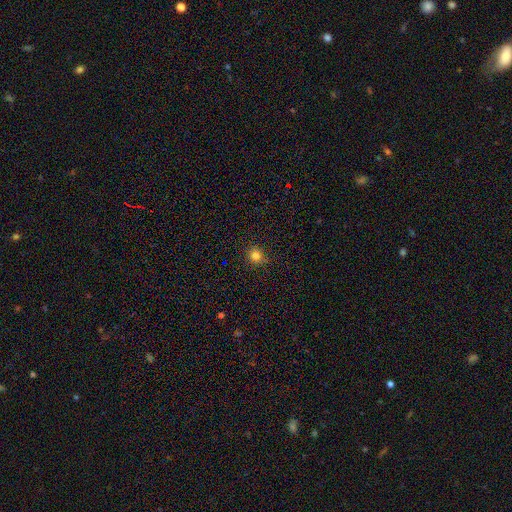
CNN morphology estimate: smooth-or-featured: smooth: 81% | star or artifact: 14% | featured or disk: 5%
  how-rounded: round: 91% | in between: 8% | cigar-shaped: 1%
  merging: none: 90% | minor disturbance: 7% | major disturbance: 2% | merger: 1%